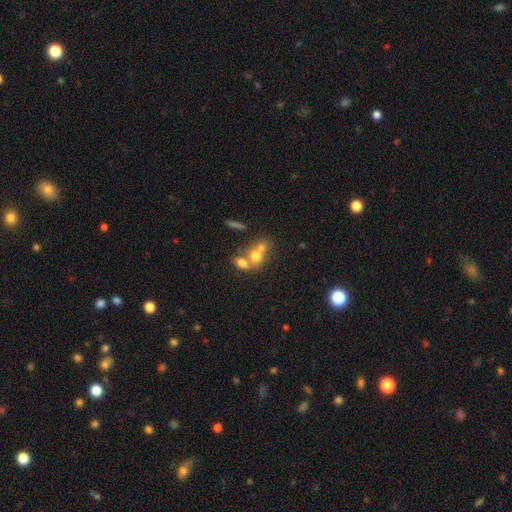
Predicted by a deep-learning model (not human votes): Morphology: type=smooth (65%); roundness=round (51%); merging=merger (64%).